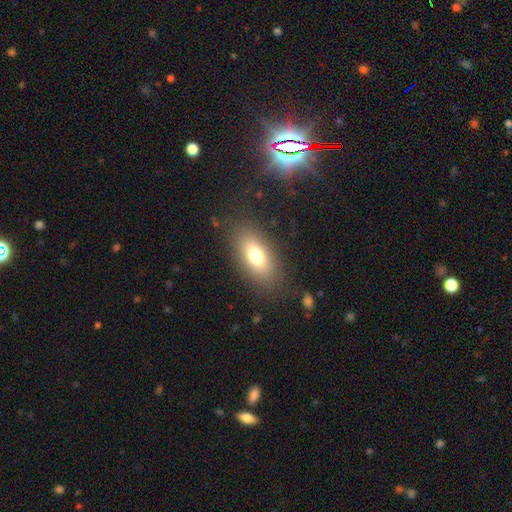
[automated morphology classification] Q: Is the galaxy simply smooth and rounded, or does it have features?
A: smooth — 73%.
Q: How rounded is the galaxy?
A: in between — 86%.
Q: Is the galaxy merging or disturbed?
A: none — 83%.